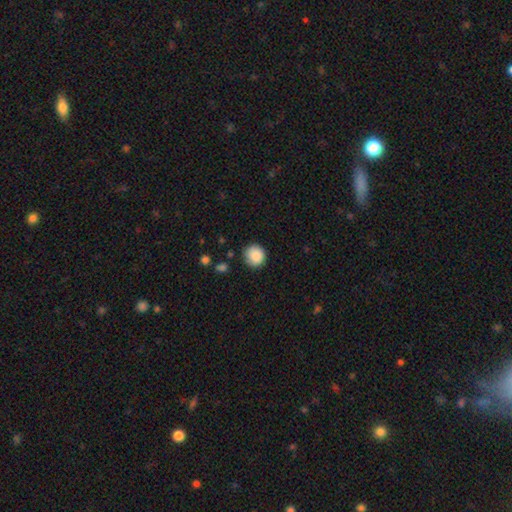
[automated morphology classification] Smooth or featured? Predicted: smooth (p=0.87). How rounded? Predicted: round (p=0.92). Merging? Predicted: none (p=0.82).